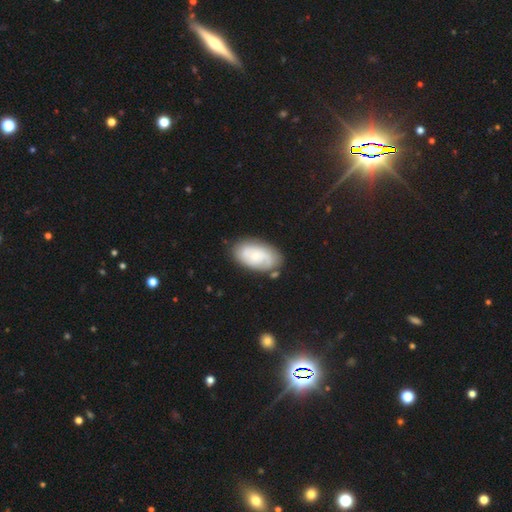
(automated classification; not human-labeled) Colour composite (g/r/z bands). It shows a featured or disk galaxy (56%) with no bar (75%), spiral arms (78%) and a small central bulge (67%). Merging: none (72%).